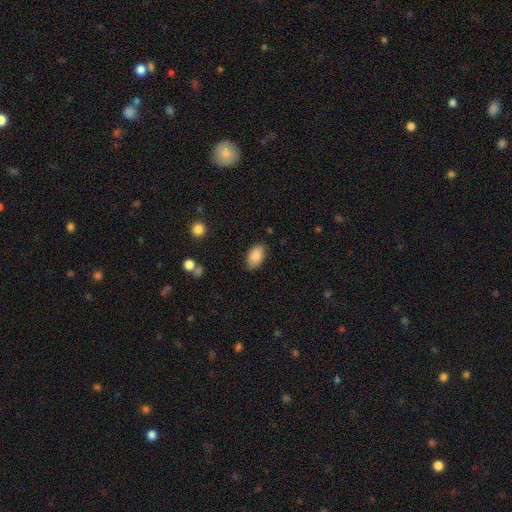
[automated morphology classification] A smooth galaxy with no disk features (87%) that is in between round and cigar-shaped (93%).

Vote fractions:
- Smooth or featured? smooth: 87% / star or artifact: 7% / featured or disk: 6%
- How rounded? in between: 93% / round: 5% / cigar-shaped: 2%
- Merging? none: 83% / minor disturbance: 12% / major disturbance: 3% / merger: 1%